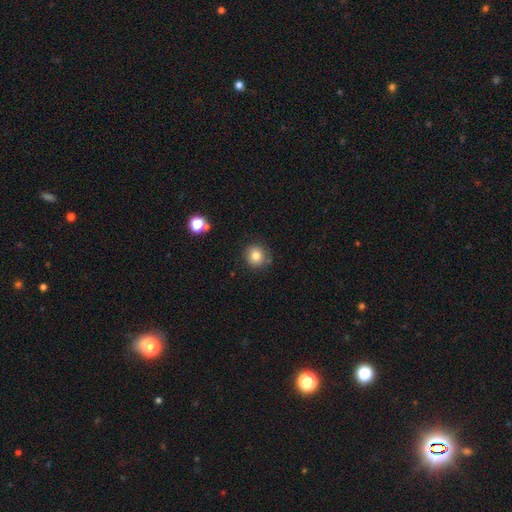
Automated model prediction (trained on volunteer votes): Smooth or featured? smooth (81%)
How rounded? round (91%)
Merging? none (82%)